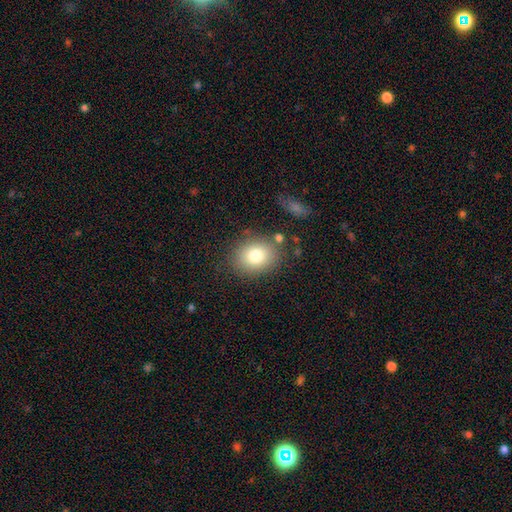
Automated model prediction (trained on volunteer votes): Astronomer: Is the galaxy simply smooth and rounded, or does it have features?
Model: smooth — 78%.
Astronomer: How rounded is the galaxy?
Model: round — 50% (runner-up: in between, 49%).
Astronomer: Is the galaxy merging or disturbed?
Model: none — 79%.